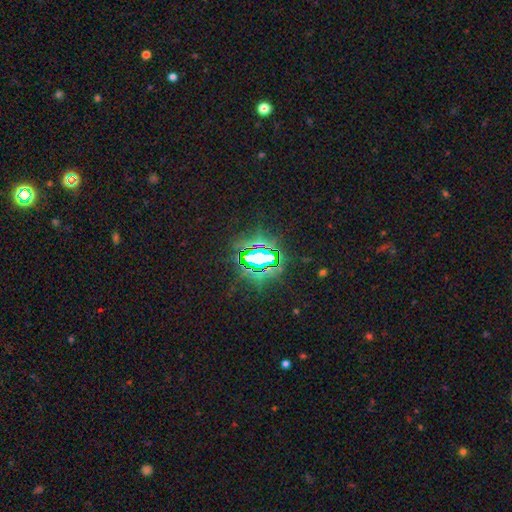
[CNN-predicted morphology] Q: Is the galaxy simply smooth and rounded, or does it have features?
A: star or artifact — 78%.